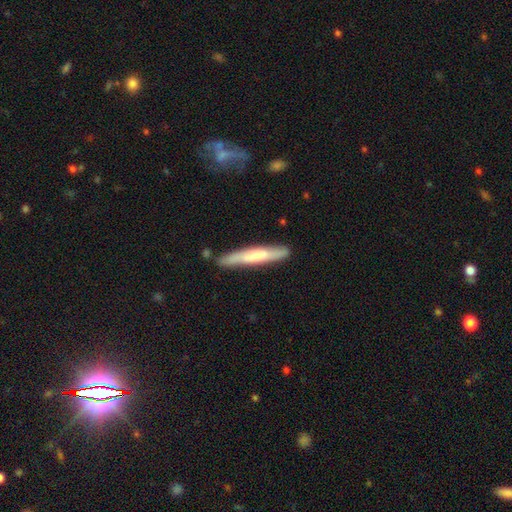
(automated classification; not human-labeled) smooth-or-featured: smooth: 55% | featured or disk: 39% | star or artifact: 5%
  how-rounded: cigar-shaped: 94% | in between: 5% | round: 1%
  merging: none: 82% | minor disturbance: 13% | merger: 2% | major disturbance: 2%